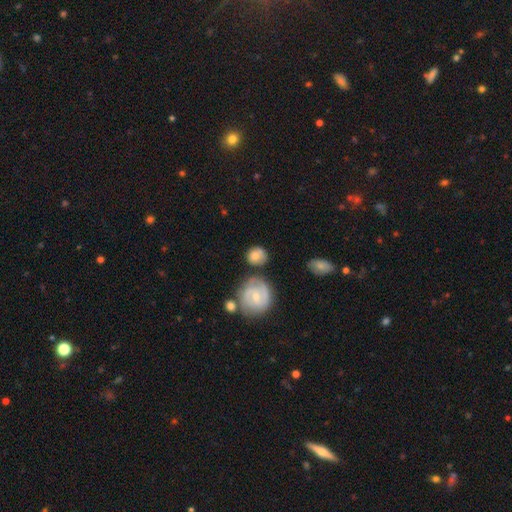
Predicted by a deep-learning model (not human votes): Smooth or featured? Predicted: smooth (p=0.63). How rounded? Predicted: round (p=0.75). Merging? Predicted: none (p=0.61).